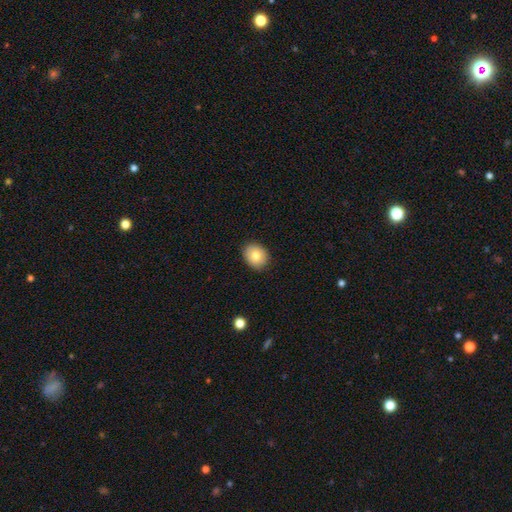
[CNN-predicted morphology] Smooth or featured? smooth (79%)
How rounded? round (59%)
Merging? none (89%)